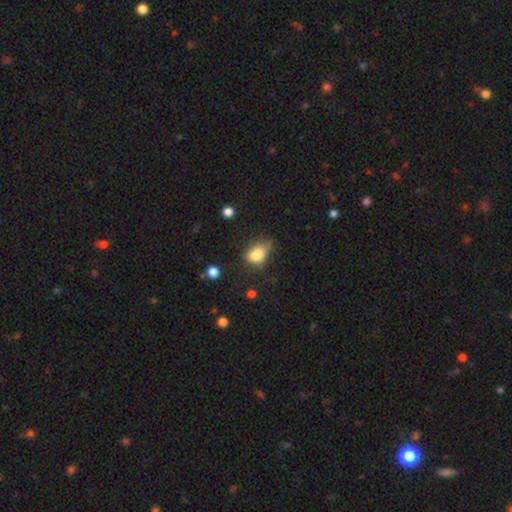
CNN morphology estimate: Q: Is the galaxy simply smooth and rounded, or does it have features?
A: smooth — 82%.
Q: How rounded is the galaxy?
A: in between — 74%.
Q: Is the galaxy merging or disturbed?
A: none — 44%.